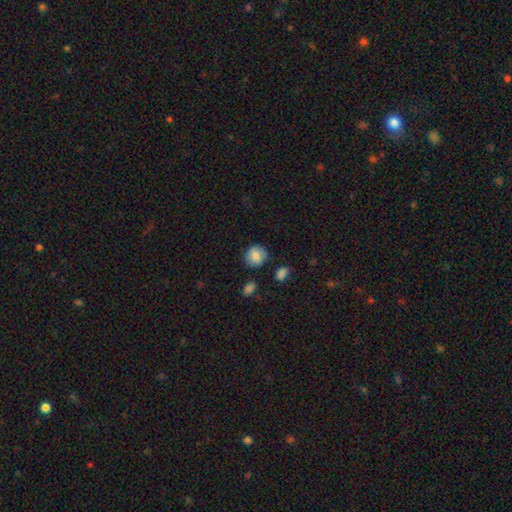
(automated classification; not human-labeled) Morphology: type=smooth (84%); roundness=round (85%); merging=none (82%).